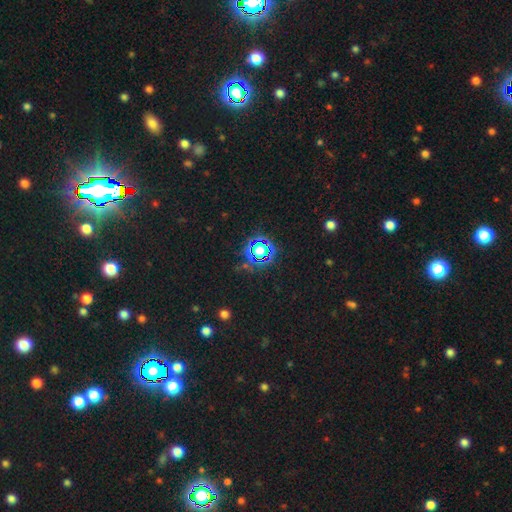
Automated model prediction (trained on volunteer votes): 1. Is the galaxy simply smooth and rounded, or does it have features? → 79% star or artifact, 13% smooth, 8% featured or disk.